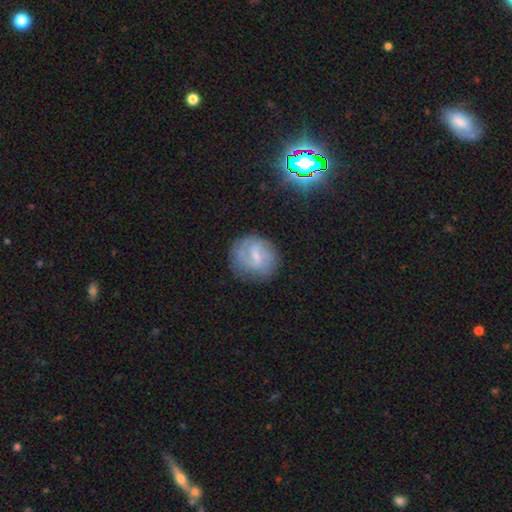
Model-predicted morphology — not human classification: This appears to be a featured or disk galaxy (62%) with a weak bar (58%), spiral arms (78%) and a small central bulge (55%). Merging: none (71%).